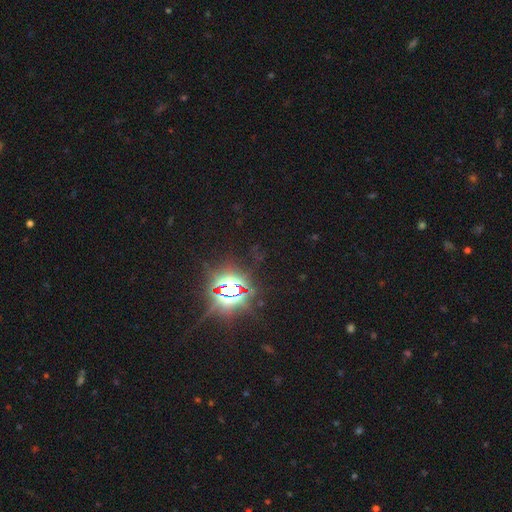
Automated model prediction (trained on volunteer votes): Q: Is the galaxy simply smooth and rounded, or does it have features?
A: star or artifact — 86%.